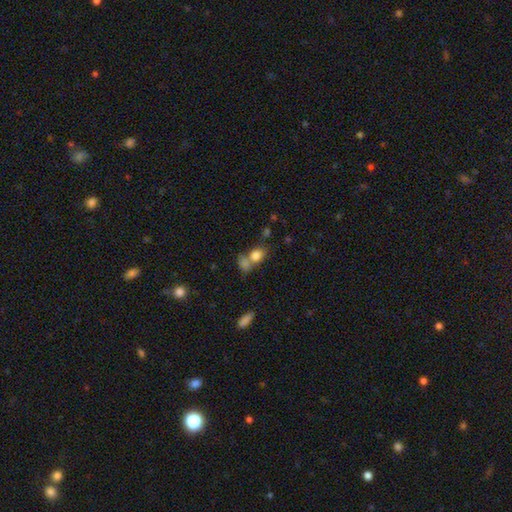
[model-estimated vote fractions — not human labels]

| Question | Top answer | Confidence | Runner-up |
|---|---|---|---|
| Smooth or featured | smooth | 80% | star or artifact (11%) |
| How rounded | in between | 57% | round (41%) |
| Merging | merger | 43% | none (40%) |